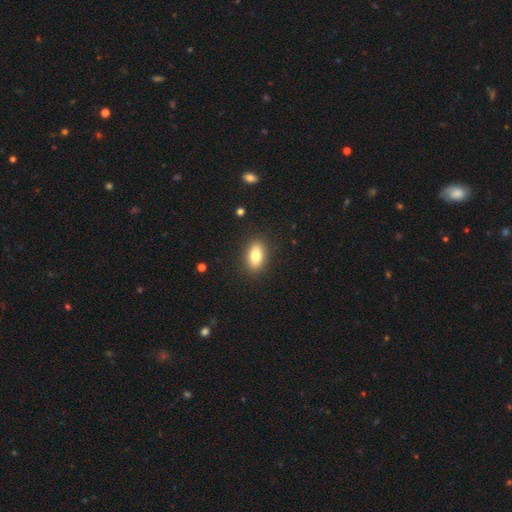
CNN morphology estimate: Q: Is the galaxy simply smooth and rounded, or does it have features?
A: smooth — 78%.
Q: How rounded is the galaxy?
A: in between — 86%.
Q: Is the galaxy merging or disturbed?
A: none — 89%.